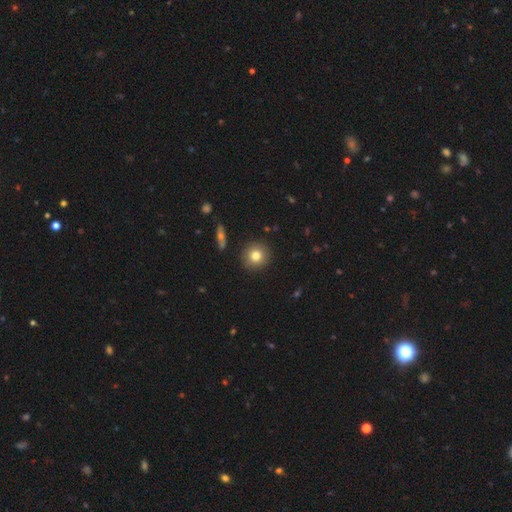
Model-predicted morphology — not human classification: The model was most divided on "smooth or featured": smooth: 79%, featured or disk: 11%, star or artifact: 10%. More confident: how rounded — round (93%); merging — none (90%).